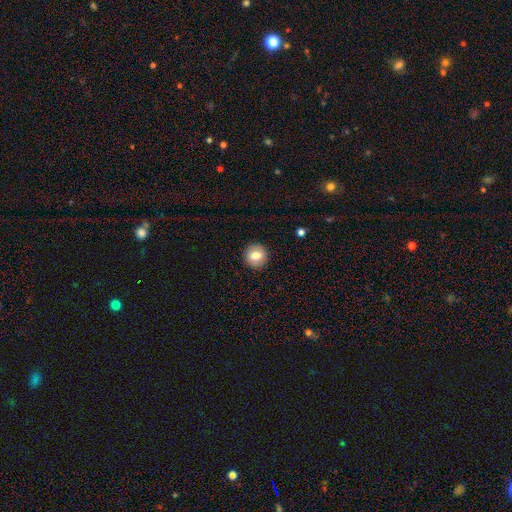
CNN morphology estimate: Smooth or featured? Predicted: smooth (p=0.80). How rounded? Predicted: round (p=0.92). Merging? Predicted: none (p=0.92).